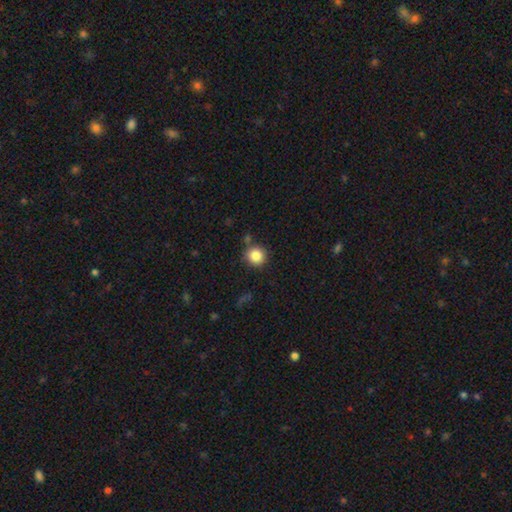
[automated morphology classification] Smooth or featured? smooth (85%)
How rounded? round (93%)
Merging? none (80%)